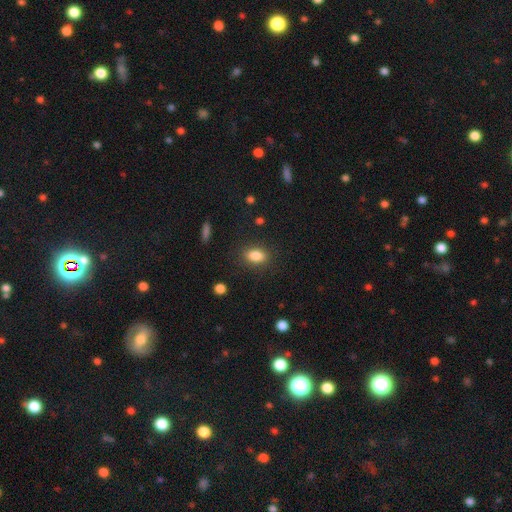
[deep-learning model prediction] This appears to be a smooth galaxy with no disk features (85%) that is in between round and cigar-shaped (82%). Merging: none (86%).